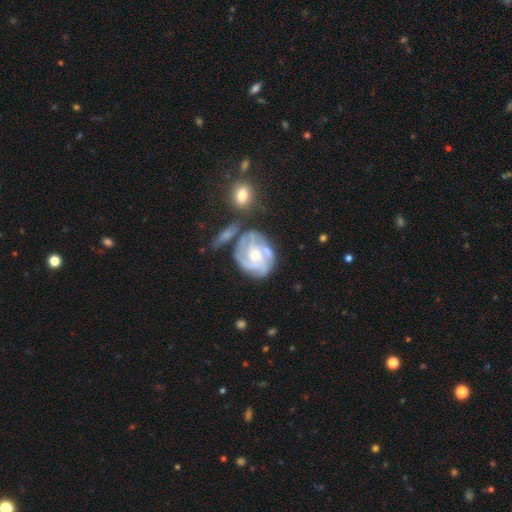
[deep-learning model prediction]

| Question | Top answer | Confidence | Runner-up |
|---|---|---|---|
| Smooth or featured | featured or disk | 81% | smooth (13%) |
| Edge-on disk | no | 97% | yes (3%) |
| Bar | no | 69% | weak (26%) |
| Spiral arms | yes | 91% | no (9%) |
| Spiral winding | tight | 58% | medium (33%) |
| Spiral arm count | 3 | 34% | can't tell (27%) |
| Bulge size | moderate | 61% | small (31%) |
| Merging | none | 54% | minor disturbance (20%) |